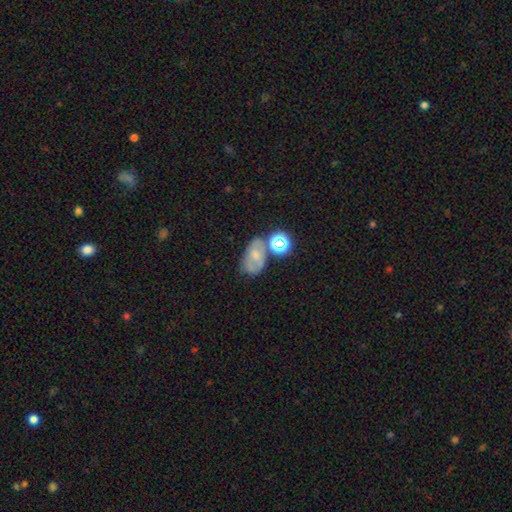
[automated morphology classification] Q: Smooth or featured?
A: smooth (48%); runner-up: featured or disk (35%)
Q: Merging?
A: none (44%); runner-up: merger (23%)